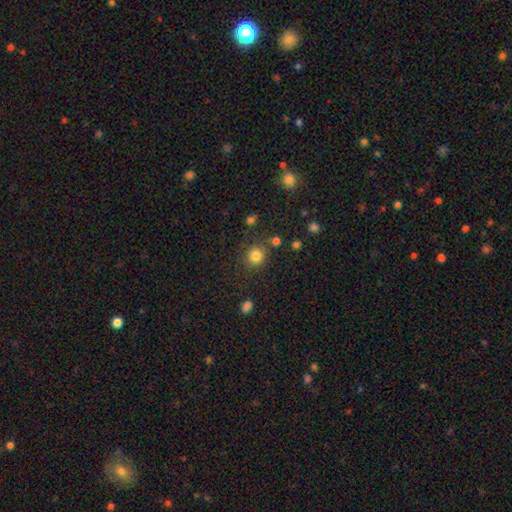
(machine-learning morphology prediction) This appears to be a smooth galaxy with no disk features (82%) that is round (87%). Merging: none (82%).